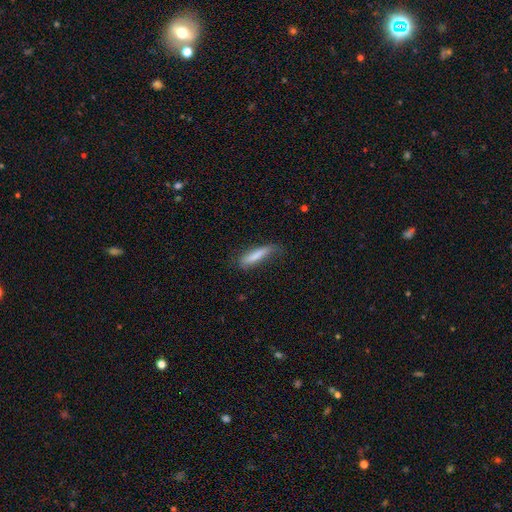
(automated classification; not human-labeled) This is likely a smooth galaxy (78%). How rounded: clearly cigar-shaped (82%). Merging: possibly none (53%).